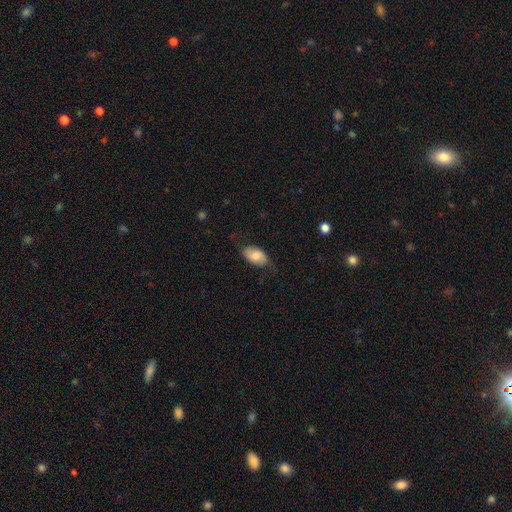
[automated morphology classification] Smooth or featured? smooth (75%)
How rounded? in between (92%)
Merging? none (67%)